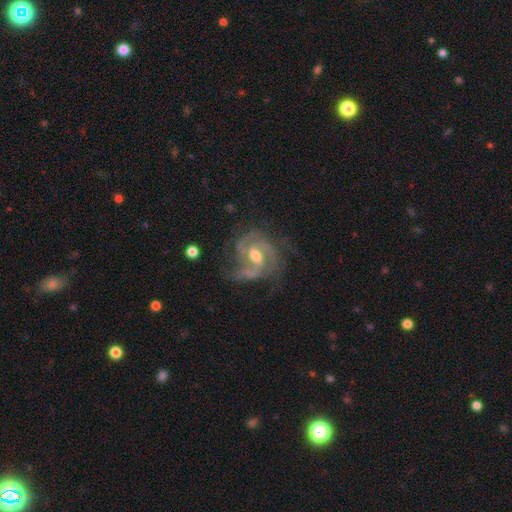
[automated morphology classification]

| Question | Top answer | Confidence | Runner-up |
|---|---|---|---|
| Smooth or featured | featured or disk | 91% | star or artifact (5%) |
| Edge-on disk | no | 98% | yes (2%) |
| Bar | weak | 54% | no (24%) |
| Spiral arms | yes | 98% | no (2%) |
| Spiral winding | medium | 51% | tight (39%) |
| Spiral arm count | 2 | 47% | 3 (31%) |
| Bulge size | moderate | 68% | small (25%) |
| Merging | none | 61% | minor disturbance (22%) |